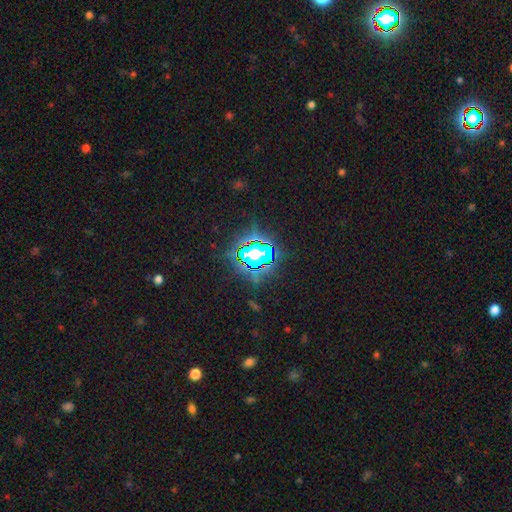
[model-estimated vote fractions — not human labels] Q: Smooth or featured?
A: star or artifact (73%); runner-up: smooth (16%)